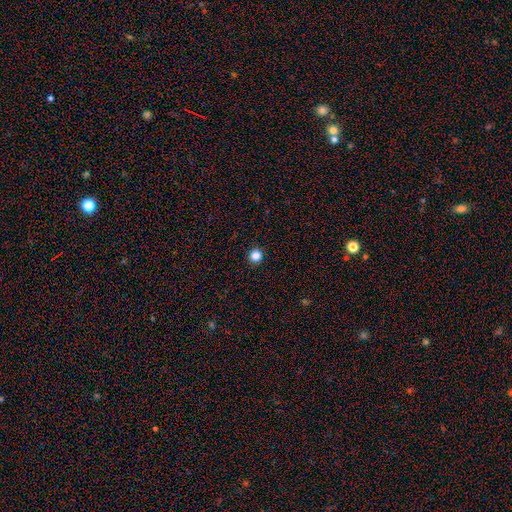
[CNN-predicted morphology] This is clearly a smooth galaxy (84%). How rounded: clearly round (94%). Merging: clearly none (93%).